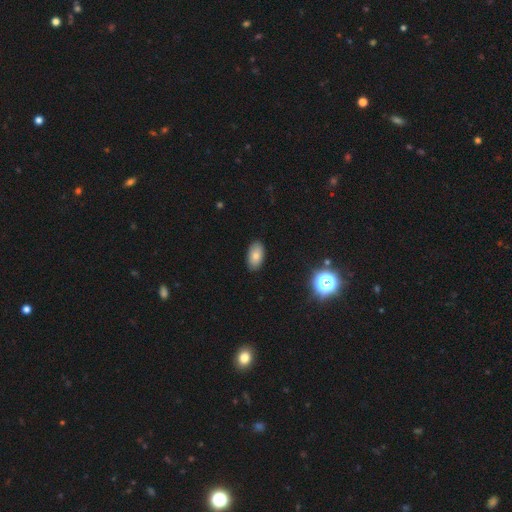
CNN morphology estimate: The model was most divided on "smooth or featured": smooth: 77%, featured or disk: 12%, star or artifact: 11%. More confident: how rounded — in between (93%); merging — none (87%).